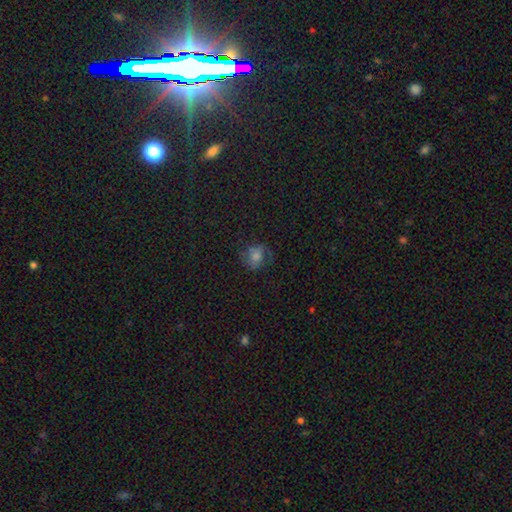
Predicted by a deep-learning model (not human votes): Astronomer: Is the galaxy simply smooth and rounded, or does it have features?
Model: smooth — 52% (runner-up: featured or disk, 30%).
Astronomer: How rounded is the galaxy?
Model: round — 61% (runner-up: in between, 37%).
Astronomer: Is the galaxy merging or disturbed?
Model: none — 66%.